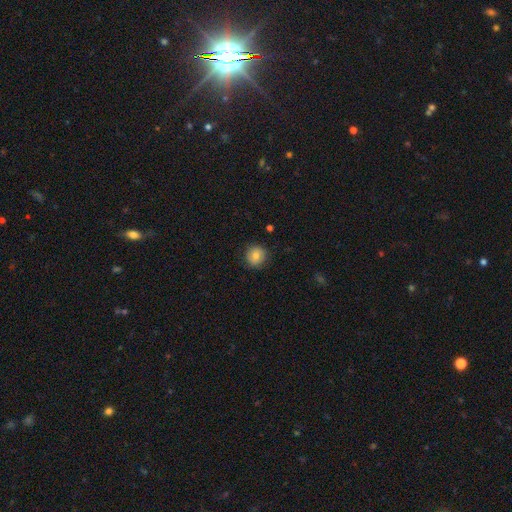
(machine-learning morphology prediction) Smooth or featured?
  - smooth: 78% *
  - featured or disk: 13%
  - star or artifact: 9%
How rounded?
  - round: 92% *
  - in between: 7%
  - cigar-shaped: 1%
Merging?
  - none: 85% *
  - minor disturbance: 11%
  - major disturbance: 3%
  - merger: 1%